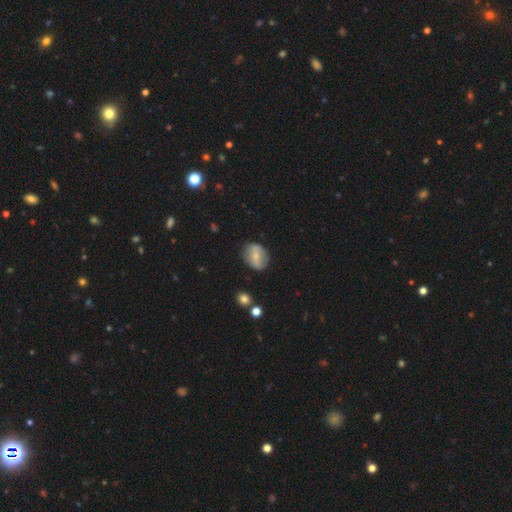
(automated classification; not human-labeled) The model was most divided on "smooth or featured": smooth: 59%, featured or disk: 34%, star or artifact: 7%. More confident: merging — none (75%); how rounded — in between (64%).